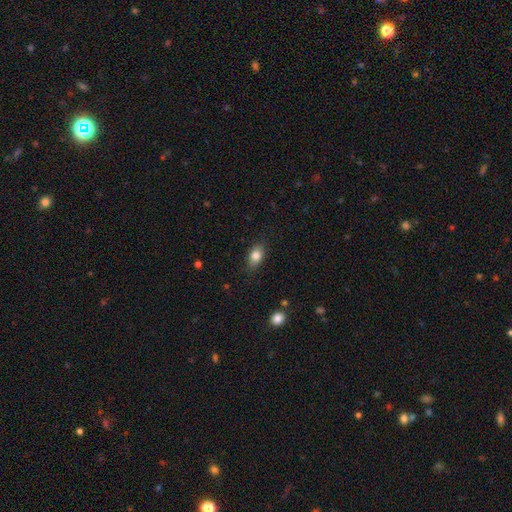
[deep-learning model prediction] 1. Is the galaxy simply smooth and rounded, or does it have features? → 82% smooth, 10% featured or disk, 8% star or artifact.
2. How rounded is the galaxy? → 82% in between, 14% round, 4% cigar-shaped.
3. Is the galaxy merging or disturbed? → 83% none, 13% minor disturbance, 3% major disturbance, 1% merger.